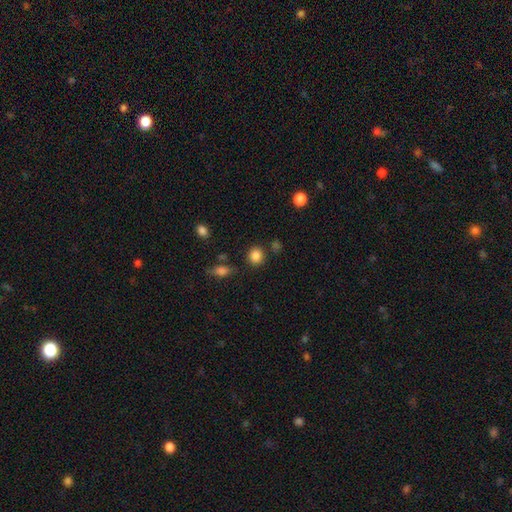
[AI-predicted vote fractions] This appears to be a smooth galaxy with no disk features (85%) that is round (84%). Merging: none (84%).